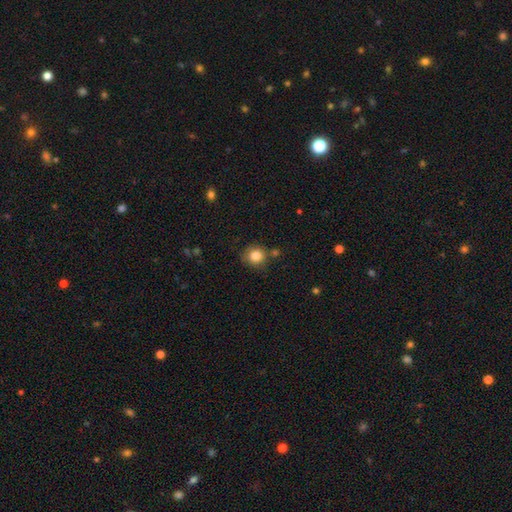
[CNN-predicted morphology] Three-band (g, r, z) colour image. It shows a smooth galaxy with no disk features (83%) that is round (87%). Merging: none (76%).